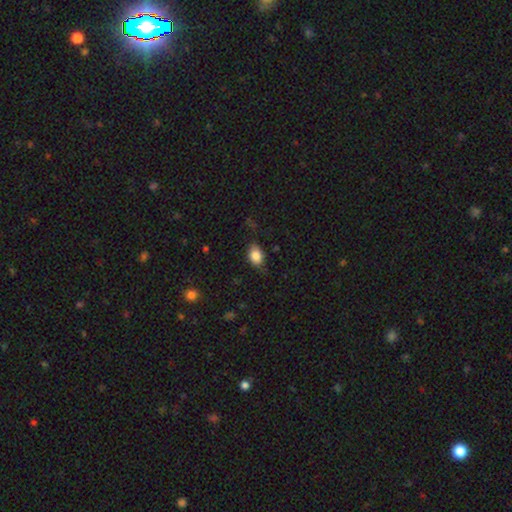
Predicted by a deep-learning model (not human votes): This appears to be a smooth galaxy with no disk features (83%) that is in between round and cigar-shaped (78%). Merging: none (72%).